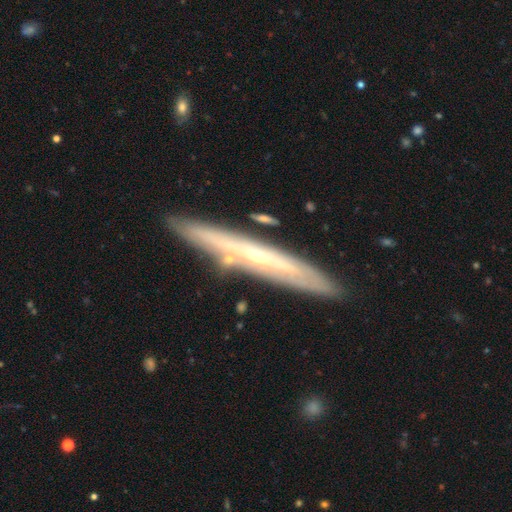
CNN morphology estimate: featured or disk 74%, smooth 20%, star or artifact 6%. Down the decision tree: edge-on disk — yes (84%); edge-on bulge — rounded (56%); merging — none (85%).